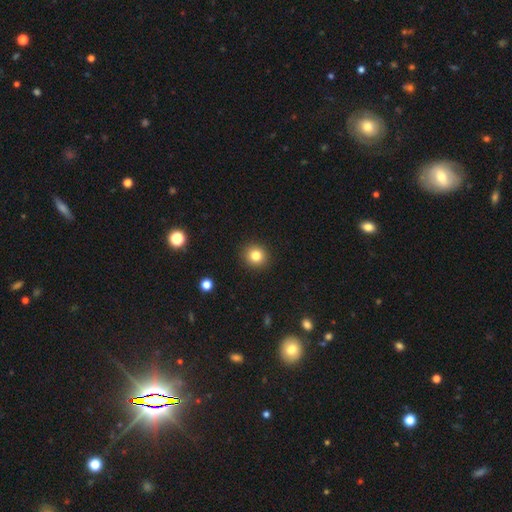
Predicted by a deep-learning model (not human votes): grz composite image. It shows a smooth galaxy with no disk features (81%) that is round (91%). Merging: none (92%).